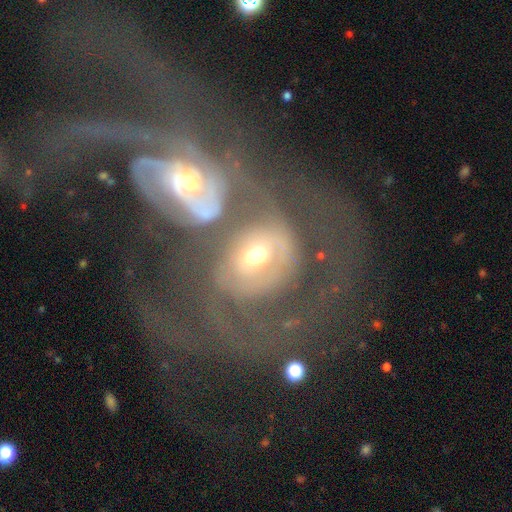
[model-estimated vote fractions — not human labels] A featured or disk galaxy (77%) with no bar (55%), 2 (39%) tight (51%) spiral arms (79%) and a moderate central bulge (63%).

Vote fractions:
- Smooth or featured? featured or disk: 77% / smooth: 16% / star or artifact: 7%
- Edge-on disk? no: 96% / yes: 4%
- Bar? no: 55% / weak: 30% / strong: 15%
- Spiral arms? yes: 79% / no: 21%
- Spiral winding? tight: 51% / medium: 33% / loose: 16%
- Spiral arm count? 2: 39% / can't tell: 37% / 3: 10% / 1: 7% / 4: 4% / more than 4: 4%
- Bulge size? moderate: 63% / small: 27% / large: 7% / dominant: 2% / none: 1%
- Merging? merger: 68% / none: 13% / major disturbance: 12% / minor disturbance: 7%